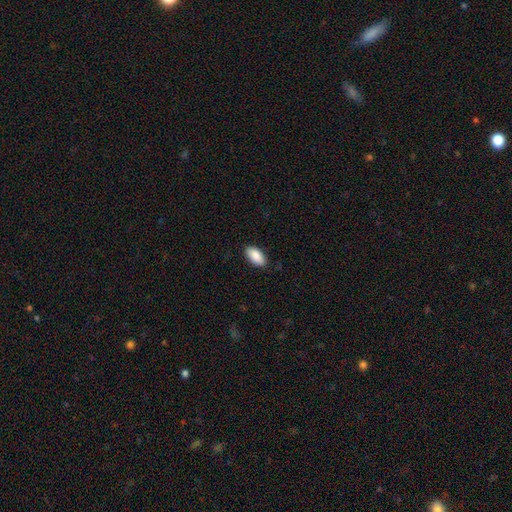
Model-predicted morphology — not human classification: This appears to be a smooth galaxy with no disk features (89%) that is in between round and cigar-shaped (94%). Merging: none (87%).